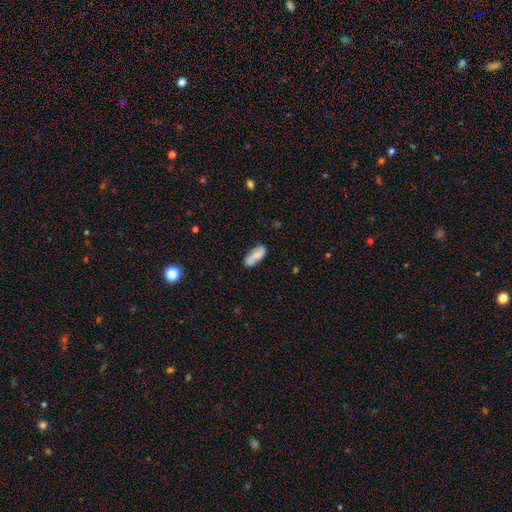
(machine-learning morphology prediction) This appears to be a smooth galaxy with no disk features (60%) that is in between round and cigar-shaped (77%). Merging: none (71%).